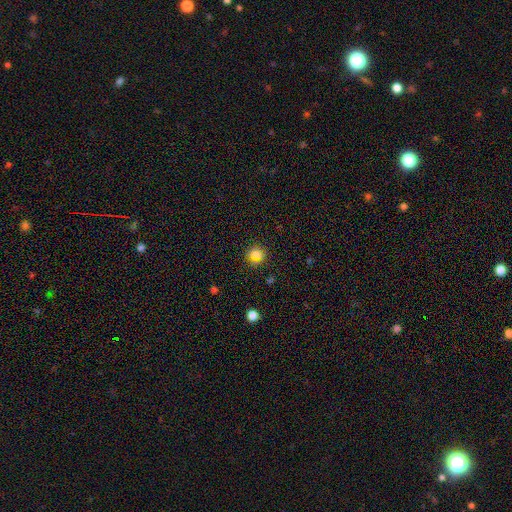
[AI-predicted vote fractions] This is likely a smooth galaxy (73%). How rounded: clearly round (85%). Merging: clearly none (83%).